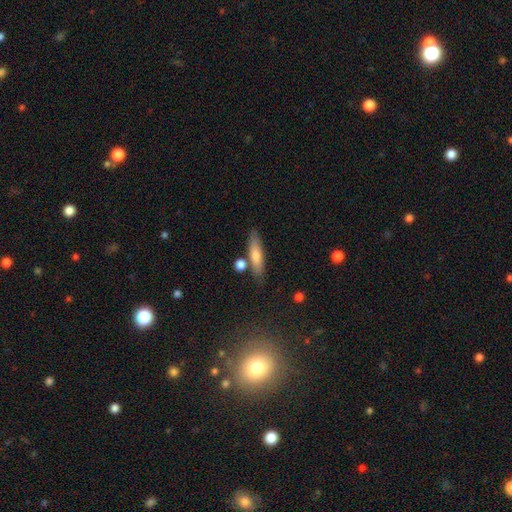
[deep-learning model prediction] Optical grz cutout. It shows a smooth galaxy with no disk features (64%) that is cigar-shaped (76%). Merging: none (78%).